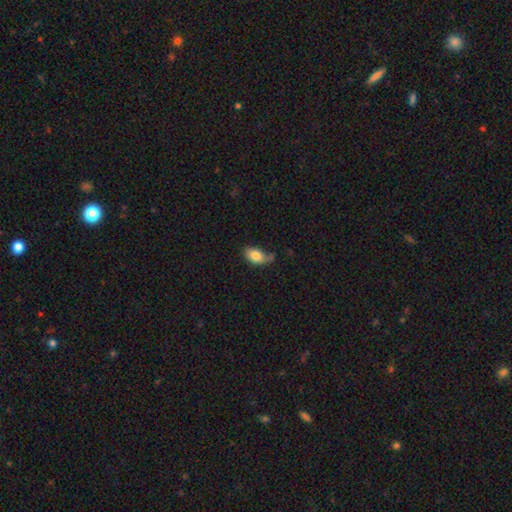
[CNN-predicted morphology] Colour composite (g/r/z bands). It shows a smooth galaxy with no disk features (83%) that is in between round and cigar-shaped (90%). Merging: none (54%).